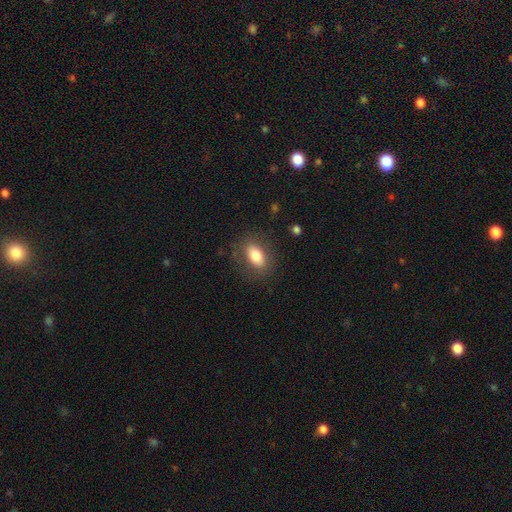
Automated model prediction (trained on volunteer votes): This is likely a smooth galaxy (78%). How rounded: clearly in between (85%). Merging: clearly none (81%).